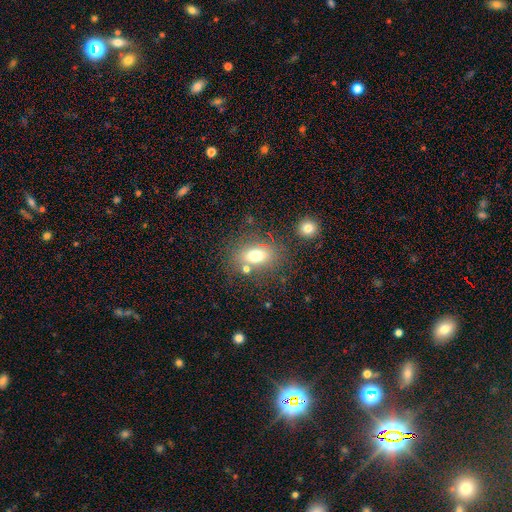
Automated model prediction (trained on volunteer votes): Overall: smooth (70%). How rounded: in between (73%). Merging: none (68%).